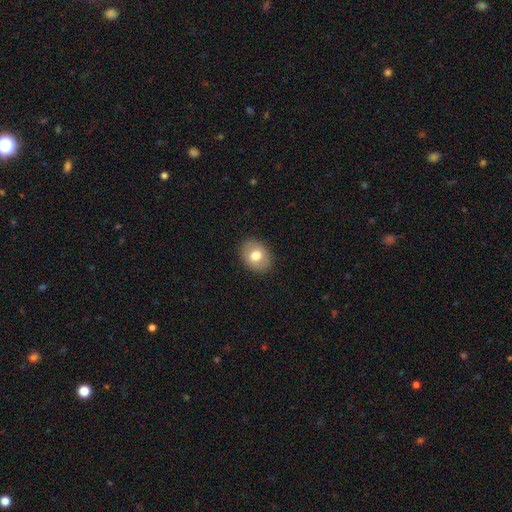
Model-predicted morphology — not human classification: This is likely a smooth galaxy (75%). How rounded: possibly in between (58%). Merging: clearly none (89%).